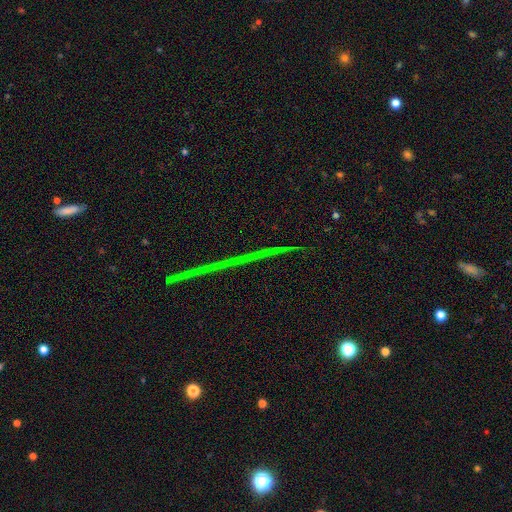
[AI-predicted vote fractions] Overall: star or artifact (54%; featured or disk 33%).